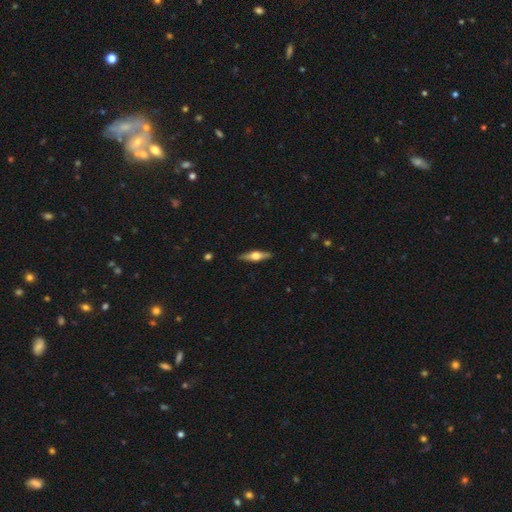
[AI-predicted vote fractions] Smooth or featured? featured or disk (61%)
Edge-on disk? yes (96%)
Edge-on bulge? rounded (93%)
Merging? none (89%)